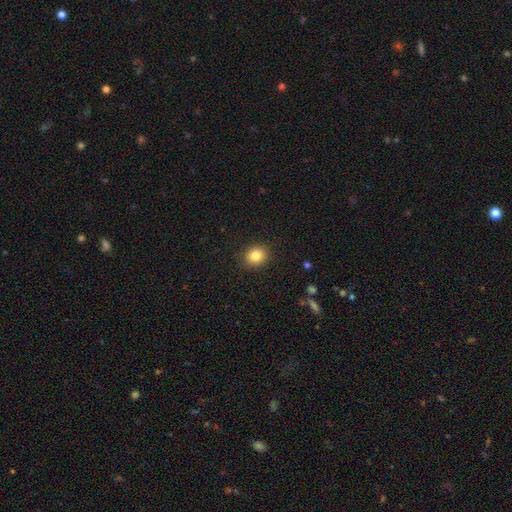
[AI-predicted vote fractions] This is clearly a smooth galaxy (83%). How rounded: likely round (73%). Merging: clearly none (89%).